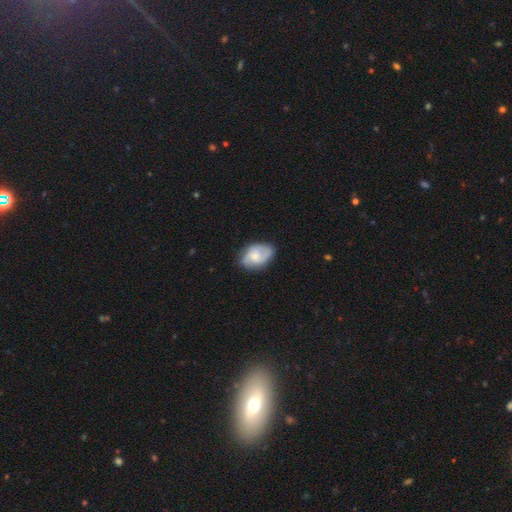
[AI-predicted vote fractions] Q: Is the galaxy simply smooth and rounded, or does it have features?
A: featured or disk — 60%.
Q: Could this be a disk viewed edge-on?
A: no — 97%.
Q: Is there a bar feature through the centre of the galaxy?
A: no — 59%.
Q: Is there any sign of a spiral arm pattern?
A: yes — 89%.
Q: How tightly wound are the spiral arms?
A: medium — 47%.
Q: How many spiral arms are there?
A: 2 — 70%.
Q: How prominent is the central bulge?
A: moderate — 46%.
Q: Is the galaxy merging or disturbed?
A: none — 72%.